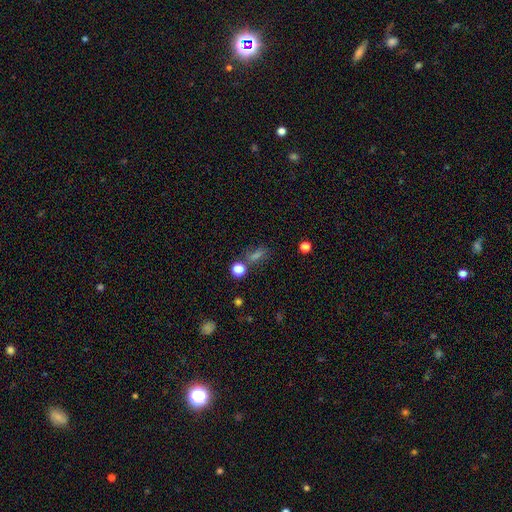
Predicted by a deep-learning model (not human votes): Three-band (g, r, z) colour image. It shows a smooth galaxy with no disk features (50%). Merging: none (65%).